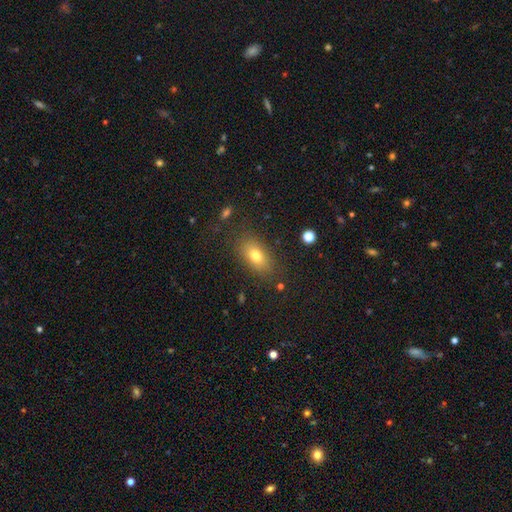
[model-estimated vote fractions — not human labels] Smooth or featured?
  - smooth: 75% *
  - featured or disk: 14%
  - star or artifact: 11%
How rounded?
  - in between: 84% *
  - round: 10%
  - cigar-shaped: 6%
Merging?
  - none: 83% *
  - minor disturbance: 11%
  - major disturbance: 4%
  - merger: 2%